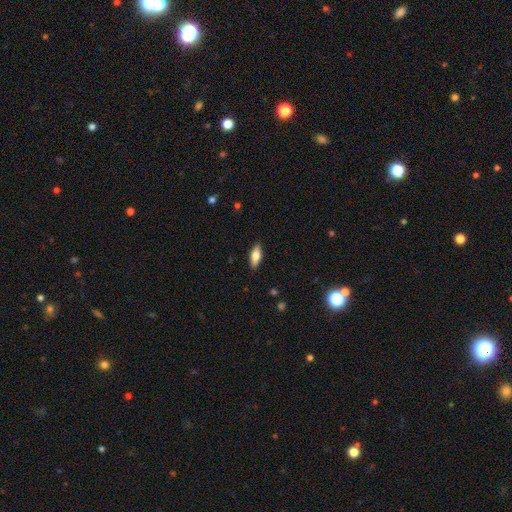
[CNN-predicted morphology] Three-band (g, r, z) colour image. It shows a smooth galaxy with no disk features (70%) that is in between round and cigar-shaped (70%). Merging: none (89%).